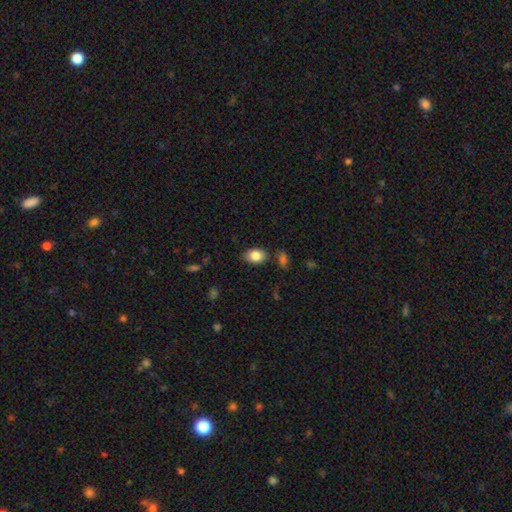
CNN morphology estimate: Smooth or featured?
  - smooth: 85% *
  - star or artifact: 8%
  - featured or disk: 8%
How rounded?
  - in between: 82% *
  - round: 16%
  - cigar-shaped: 1%
Merging?
  - none: 80% *
  - minor disturbance: 13%
  - merger: 4%
  - major disturbance: 3%